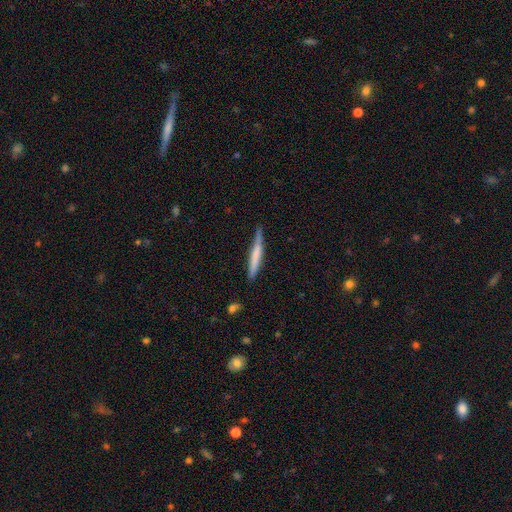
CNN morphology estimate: smooth 57%, featured or disk 37%, star or artifact 6%. Down the decision tree: how rounded — cigar-shaped (95%); merging — none (76%).